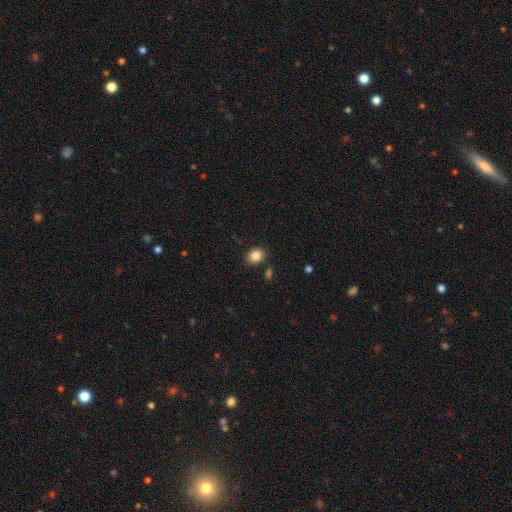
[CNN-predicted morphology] Q: Smooth or featured?
A: smooth (86%); runner-up: star or artifact (9%)
Q: How rounded?
A: round (50%); runner-up: in between (49%)
Q: Merging?
A: none (84%); runner-up: minor disturbance (10%)